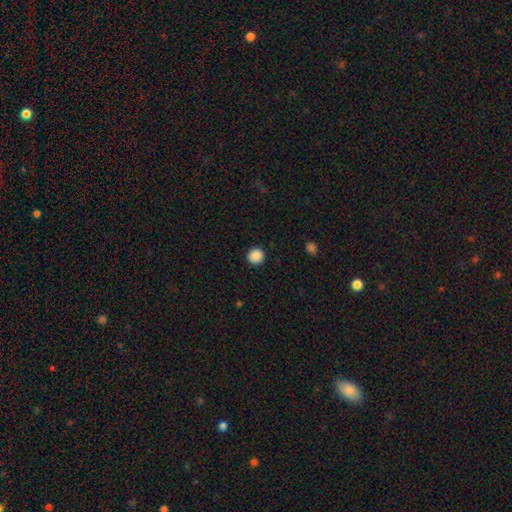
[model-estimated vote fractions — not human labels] Q: Smooth or featured?
A: smooth (89%); runner-up: star or artifact (9%)
Q: How rounded?
A: round (92%); runner-up: in between (7%)
Q: Merging?
A: none (92%); runner-up: minor disturbance (5%)